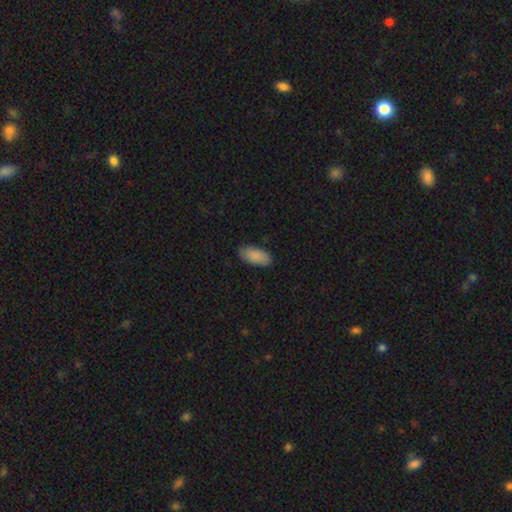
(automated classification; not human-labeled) This appears to be a smooth galaxy with no disk features (89%) that is in between round and cigar-shaped (91%). Merging: none (84%).